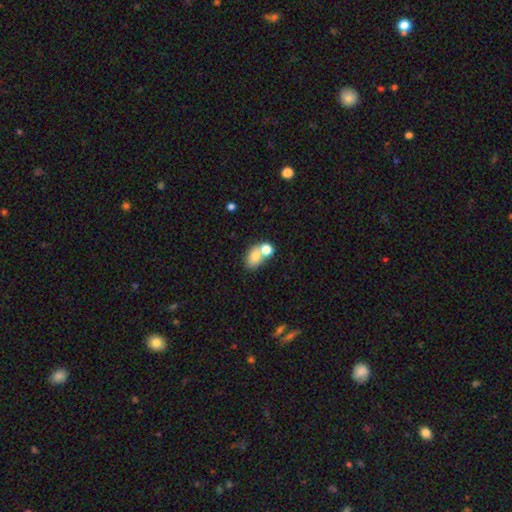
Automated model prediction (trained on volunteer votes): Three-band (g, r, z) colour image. It shows a smooth galaxy with no disk features (74%) that is in between round and cigar-shaped (72%). Merging: merger (46%).